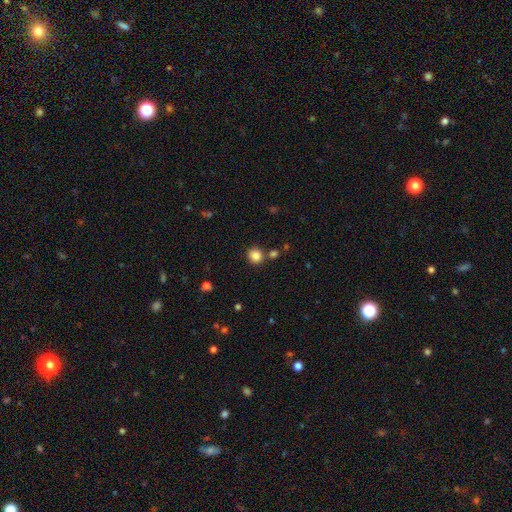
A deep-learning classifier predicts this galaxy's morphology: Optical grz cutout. It shows a smooth galaxy with no disk features (84%) that is round (87%). Merging: none (80%).